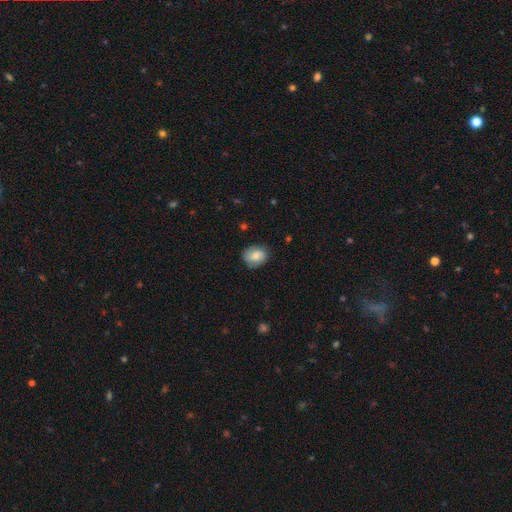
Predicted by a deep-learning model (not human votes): smooth 75%, featured or disk 18%, star or artifact 8%. Down the decision tree: how rounded — round (50%); merging — none (78%).